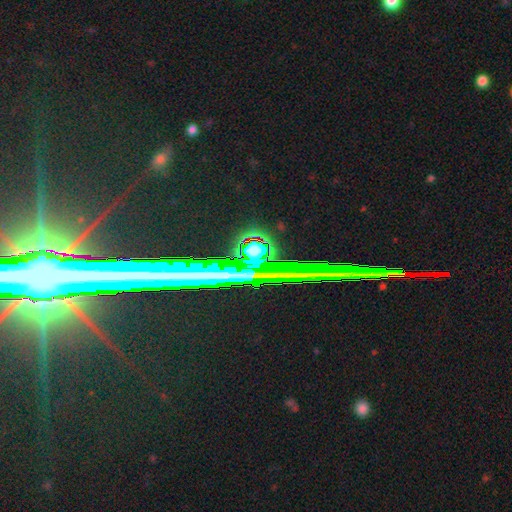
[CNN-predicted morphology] This appears to be a star or artifact, not a galaxy (72%).